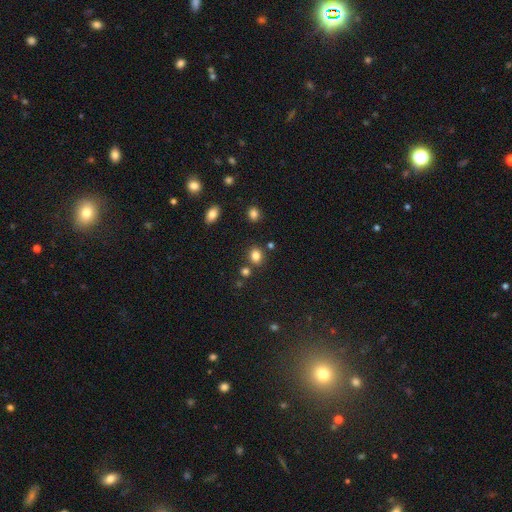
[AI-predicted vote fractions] A smooth galaxy with no disk features (82%) that is round (59%). Merging: none (77%).